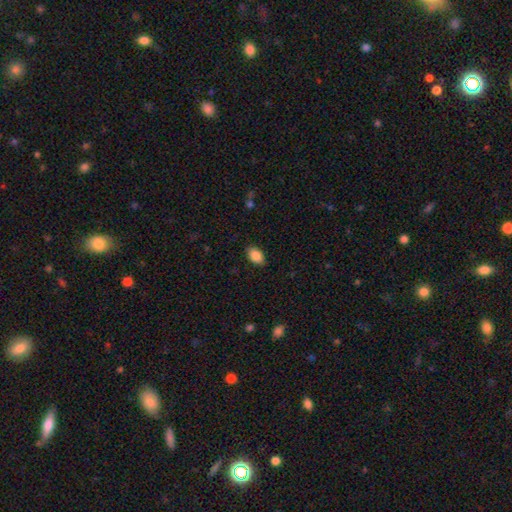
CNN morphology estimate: Smooth or featured? Predicted: smooth (p=0.88). How rounded? Predicted: in between (p=0.92). Merging? Predicted: none (p=0.87).